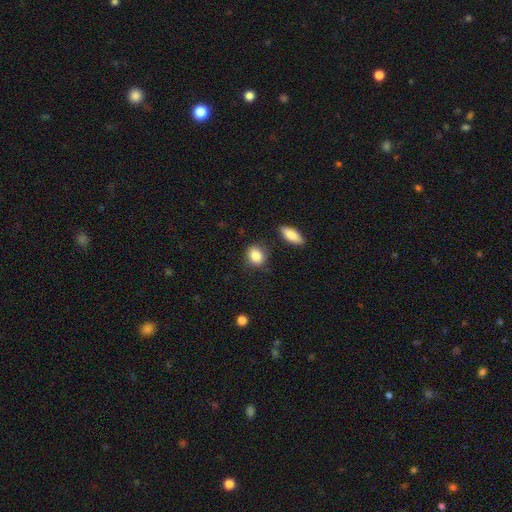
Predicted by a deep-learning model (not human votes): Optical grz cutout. It shows a smooth galaxy with no disk features (87%) that is in between round and cigar-shaped (52%). Merging: none (80%).